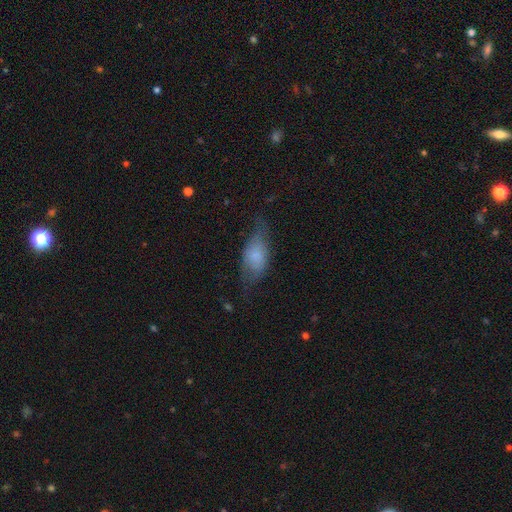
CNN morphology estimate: smooth_or_featured: smooth (p=0.65) [alt: featured or disk p=0.27]
how_rounded: in between (p=0.83) [alt: cigar-shaped p=0.12]
merging: none (p=0.49) [alt: minor disturbance p=0.31]